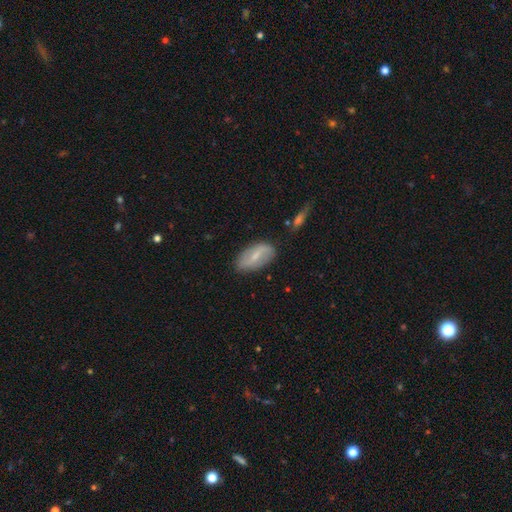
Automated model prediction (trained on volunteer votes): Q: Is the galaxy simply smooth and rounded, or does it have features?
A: featured or disk — 57%.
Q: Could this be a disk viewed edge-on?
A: no — 92%.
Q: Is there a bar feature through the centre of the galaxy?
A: weak — 47%.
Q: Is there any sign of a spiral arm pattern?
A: yes — 72%.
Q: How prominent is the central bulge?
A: small — 60%.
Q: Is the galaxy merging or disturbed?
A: none — 79%.